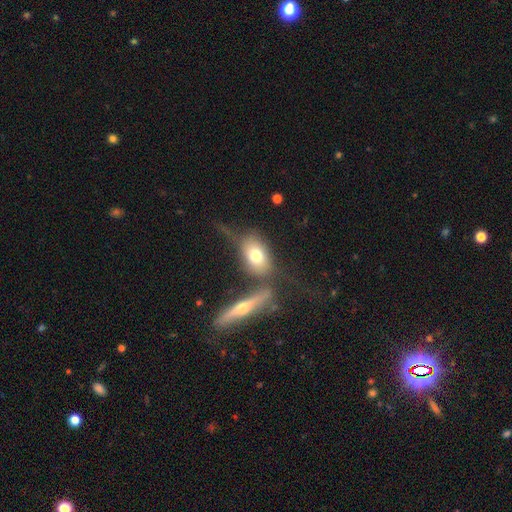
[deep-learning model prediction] Smooth or featured? smooth (64%)
How rounded? in between (79%)
Merging? none (51%)